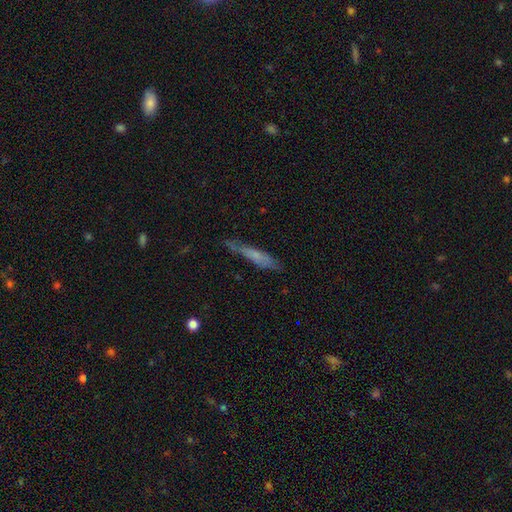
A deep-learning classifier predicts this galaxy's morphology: Smooth or featured: smooth — 52% (featured or disk — 39%)
How rounded: cigar-shaped — 87% (in between — 11%)
Merging: none — 60% (minor disturbance — 27%)